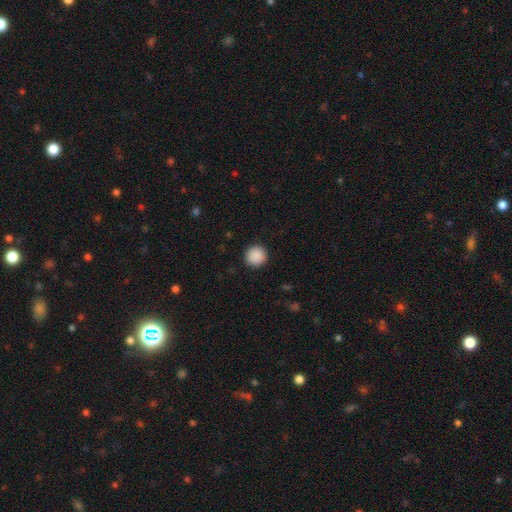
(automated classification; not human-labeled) smooth 90%, star or artifact 8%, featured or disk 2%. Down the decision tree: how rounded — round (95%); merging — none (92%).